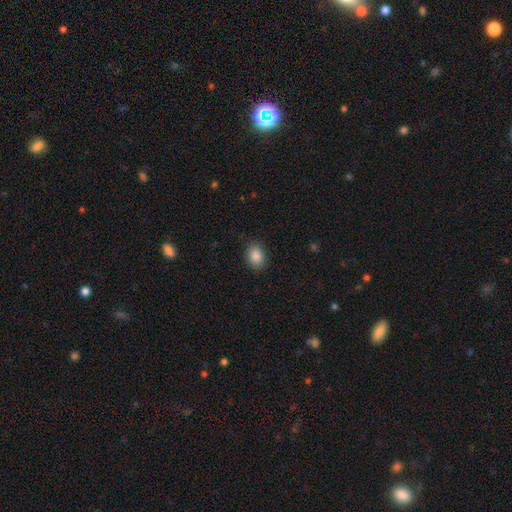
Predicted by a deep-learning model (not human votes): This is clearly a smooth galaxy (88%). How rounded: likely in between (67%). Merging: clearly none (87%).